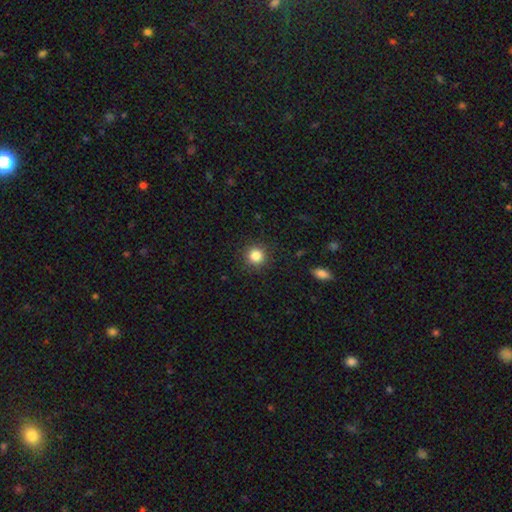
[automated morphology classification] The model was most divided on "smooth or featured": smooth: 85%, star or artifact: 11%, featured or disk: 4%. More confident: how rounded — round (94%); merging — none (90%).